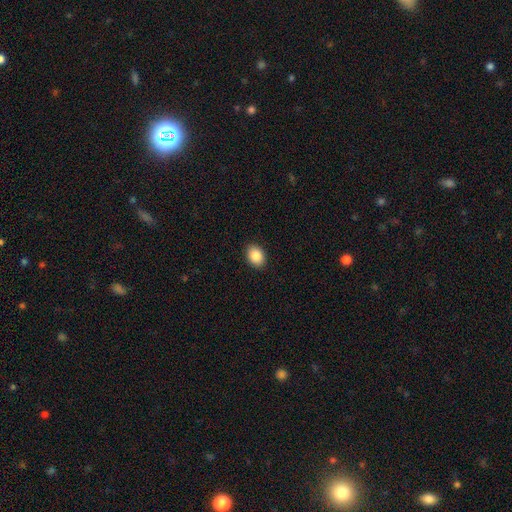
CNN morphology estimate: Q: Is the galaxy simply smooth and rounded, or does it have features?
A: smooth — 89%.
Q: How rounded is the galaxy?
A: in between — 71%.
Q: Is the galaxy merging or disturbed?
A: none — 90%.